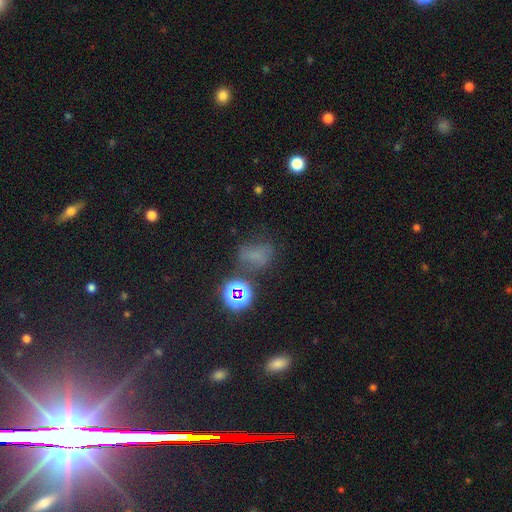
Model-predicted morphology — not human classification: Smooth or featured? smooth (46%)
Merging? none (47%)